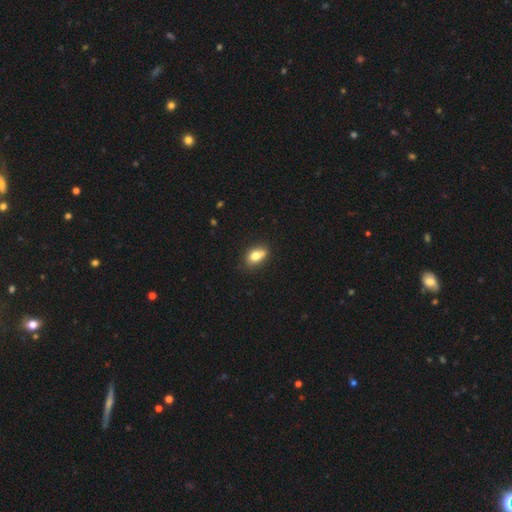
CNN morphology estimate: Q: Smooth or featured?
A: smooth (76%); runner-up: featured or disk (14%)
Q: How rounded?
A: in between (80%); runner-up: round (18%)
Q: Merging?
A: none (69%); runner-up: minor disturbance (19%)